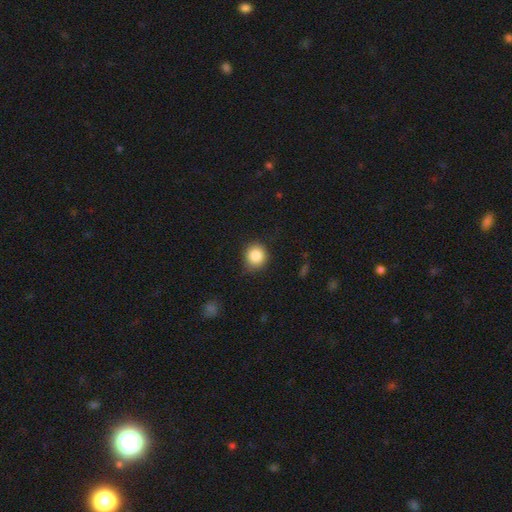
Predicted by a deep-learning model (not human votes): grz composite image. It shows a smooth galaxy with no disk features (86%) that is round (87%). Merging: none (81%).